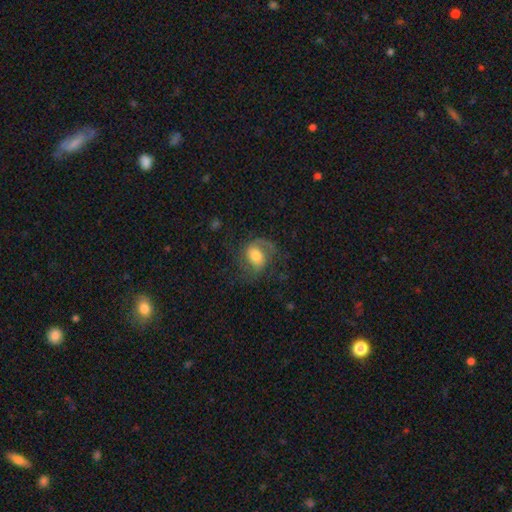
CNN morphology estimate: smooth-or-featured: featured or disk: 69% | smooth: 24% | star or artifact: 8%
  disk-edge-on: no: 97% | yes: 3%
    bar: no: 53% | weak: 37% | strong: 10%
    has-spiral-arms: yes: 92% | no: 8%
      spiral-winding: medium: 48% | loose: 31% | tight: 20%
      spiral-arm-count: 2: 62% | 1: 19% | can't tell: 10% | 3: 6% | 4: 2% | more than 4: 2%
    bulge-size: moderate: 58% | large: 21% | small: 16% | dominant: 2% | none: 2%
  merging: none: 60% | major disturbance: 21% | minor disturbance: 18% | merger: 2%